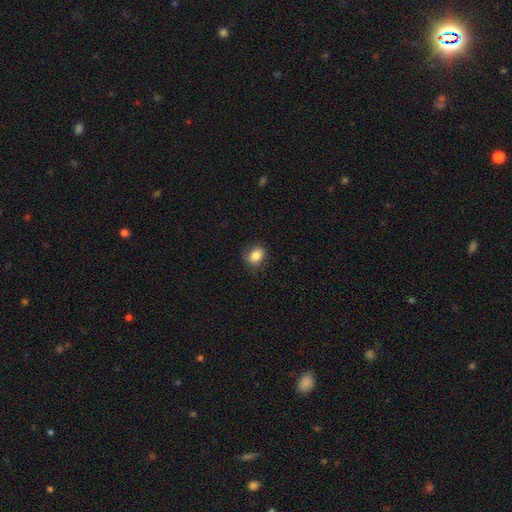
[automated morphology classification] type=smooth (83%); roundness=in between (61%); merging=none (77%).